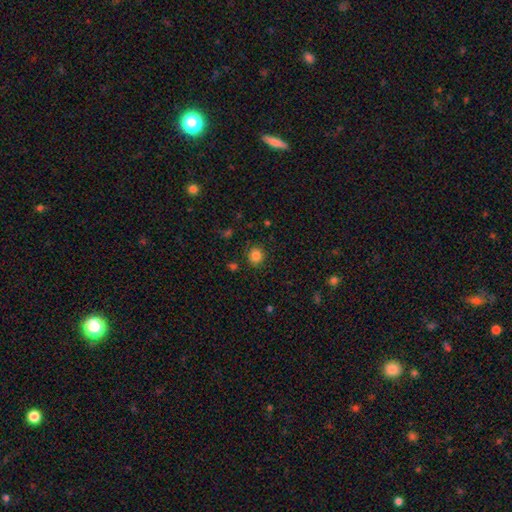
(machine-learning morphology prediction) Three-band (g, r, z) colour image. It shows a smooth galaxy with no disk features (84%) that is round (85%). Merging: none (88%).